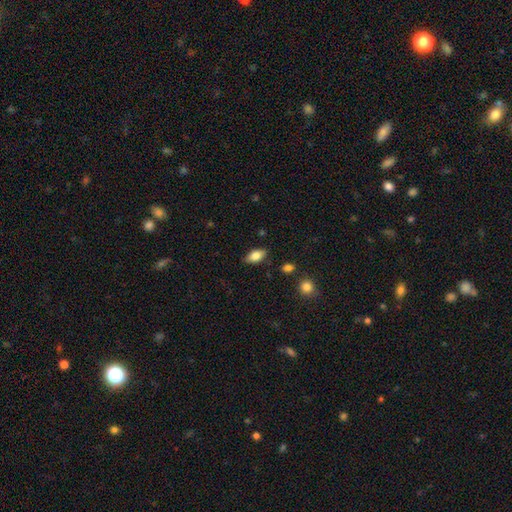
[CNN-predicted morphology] Smooth or featured? Predicted: smooth (p=0.78). How rounded? Predicted: in between (p=0.89). Merging? Predicted: none (p=0.84).